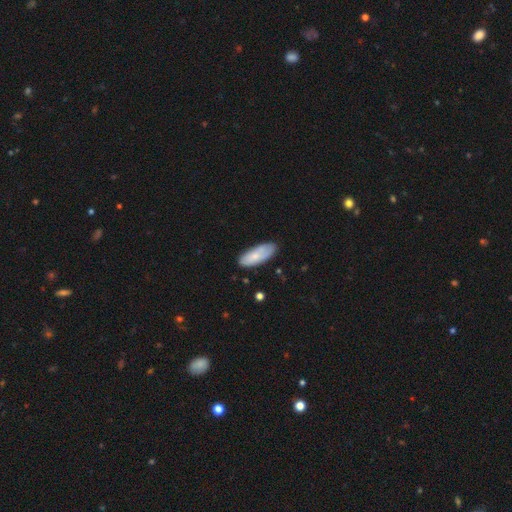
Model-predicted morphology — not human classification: type=smooth (71%); roundness=in between (78%); merging=none (74%).